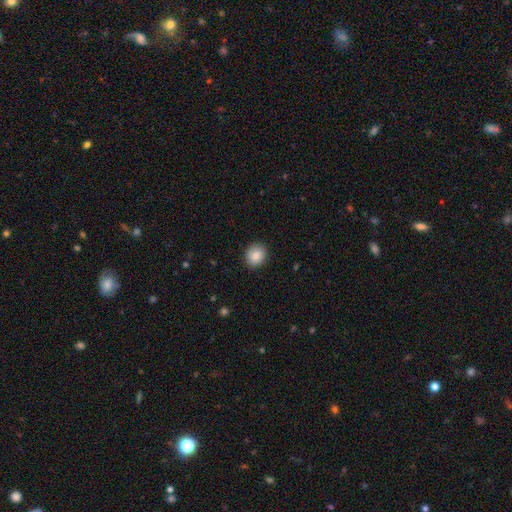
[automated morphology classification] Overall: smooth (86%). How rounded: round (72%). Merging: none (89%).